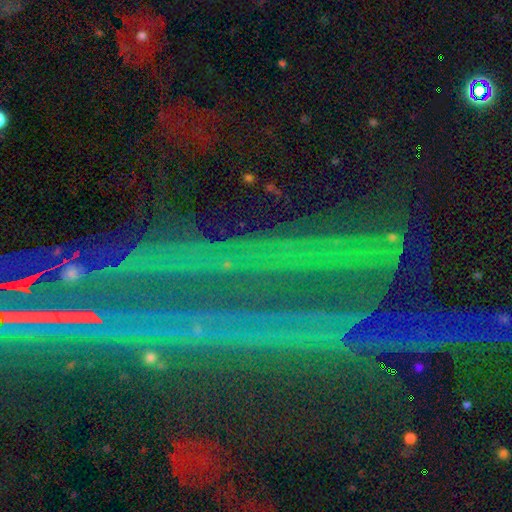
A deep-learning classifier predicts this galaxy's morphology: Smooth or featured? Predicted: star or artifact (p=0.83).